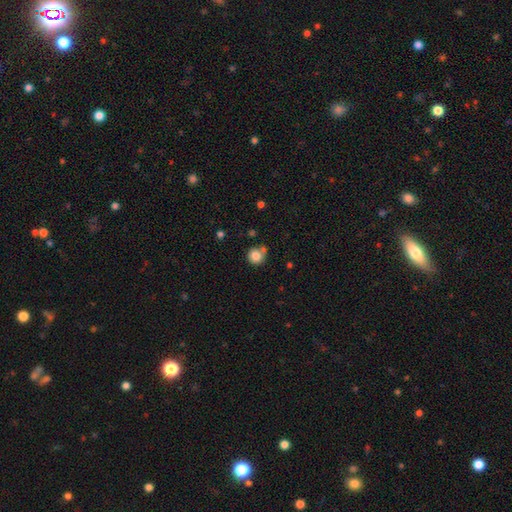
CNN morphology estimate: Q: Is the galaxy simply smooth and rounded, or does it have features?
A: smooth — 83%.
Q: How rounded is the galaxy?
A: round — 92%.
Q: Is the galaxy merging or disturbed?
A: none — 66%.